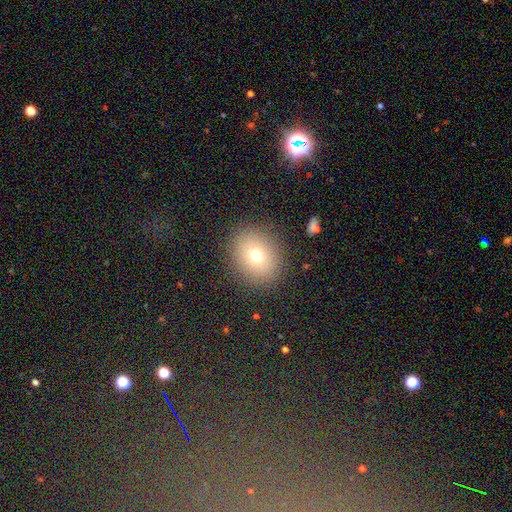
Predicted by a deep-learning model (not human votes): smooth 74%, star or artifact 13%, featured or disk 13%. Down the decision tree: how rounded — round (62%); merging — none (88%).